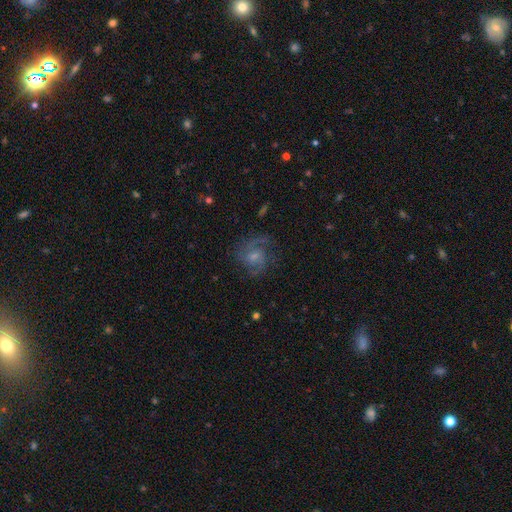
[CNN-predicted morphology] The model was most divided on "bar": no: 54%, weak: 39%, strong: 6%. More confident: edge-on disk — no (98%); spiral arms — yes (94%); smooth or featured — featured or disk (77%); merging — none (70%); bulge size — small (57%); spiral arm count — 2 (55%); spiral winding — medium (52%).